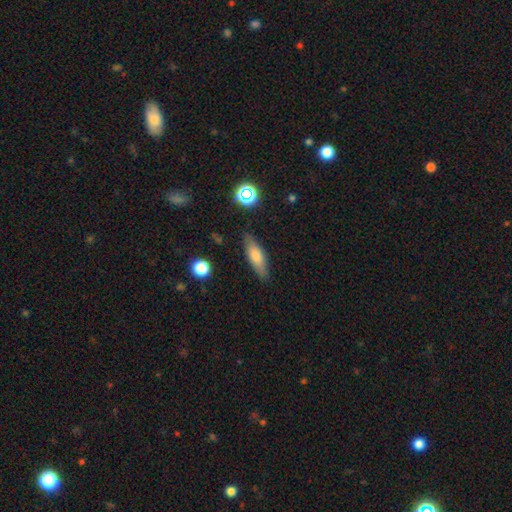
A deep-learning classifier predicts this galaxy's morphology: This is likely a smooth galaxy (65%). How rounded: possibly cigar-shaped (49%). Merging: clearly none (84%).